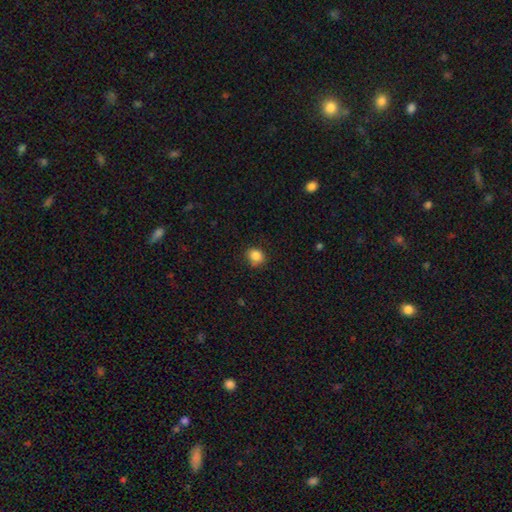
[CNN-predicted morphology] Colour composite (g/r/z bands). It shows a smooth galaxy with no disk features (85%) that is round (69%). Merging: none (79%).